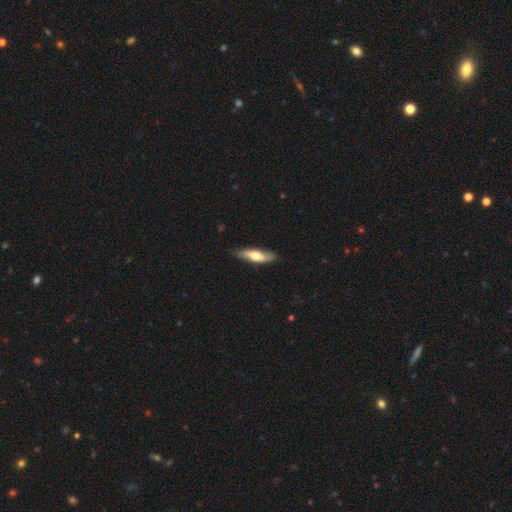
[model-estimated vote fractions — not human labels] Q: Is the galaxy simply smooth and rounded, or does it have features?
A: smooth — 55%.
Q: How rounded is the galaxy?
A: cigar-shaped — 65%.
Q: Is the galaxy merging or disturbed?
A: none — 83%.